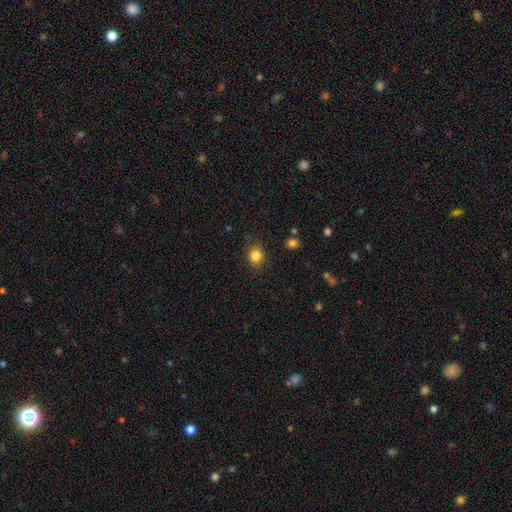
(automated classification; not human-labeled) The model was most divided on "how rounded": round: 65%, in between: 34%, cigar-shaped: 1%. More confident: merging — none (85%); smooth or featured — smooth (84%).